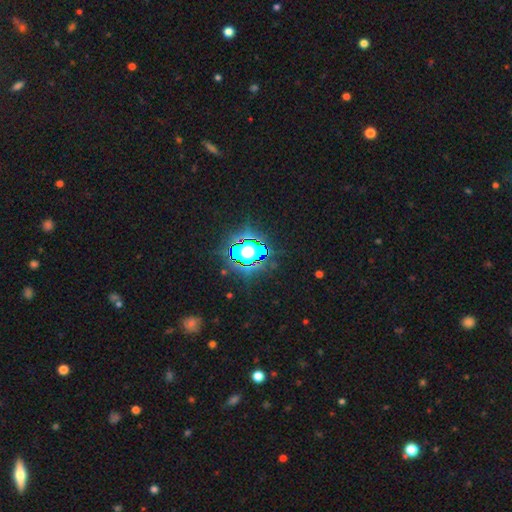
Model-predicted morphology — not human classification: type=star or artifact (79%).